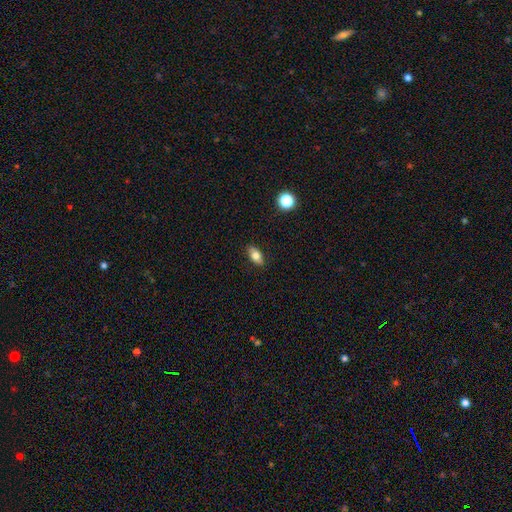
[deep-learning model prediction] The model was most divided on "smooth or featured": smooth: 74%, featured or disk: 17%, star or artifact: 8%. More confident: merging — none (89%); how rounded — in between (85%).